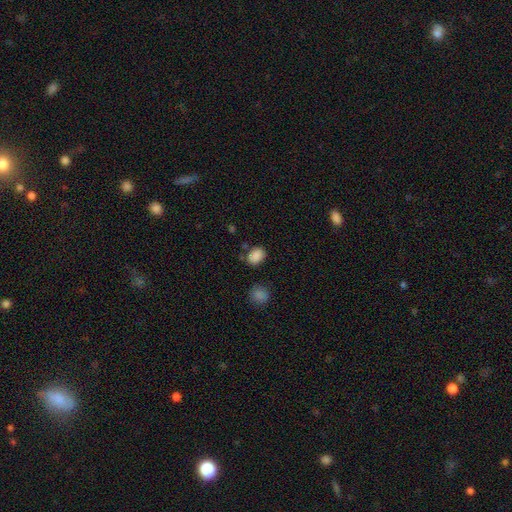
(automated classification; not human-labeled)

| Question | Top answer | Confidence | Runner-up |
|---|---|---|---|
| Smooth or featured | smooth | 86% | star or artifact (10%) |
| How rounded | in between | 71% | round (28%) |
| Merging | none | 72% | minor disturbance (18%) |